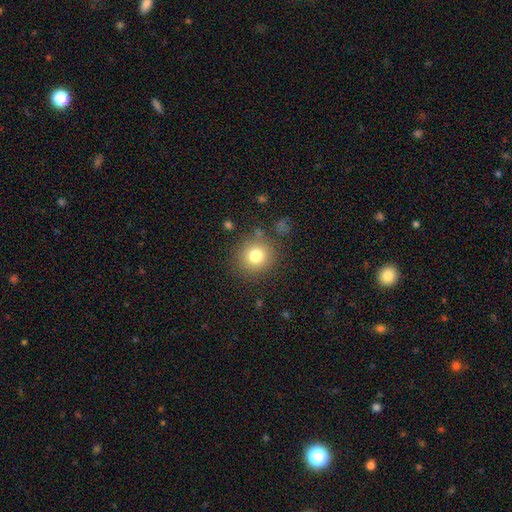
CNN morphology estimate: Smooth or featured?
  - smooth: 79% *
  - star or artifact: 12%
  - featured or disk: 9%
How rounded?
  - round: 91% *
  - in between: 8%
  - cigar-shaped: 1%
Merging?
  - none: 84% *
  - minor disturbance: 9%
  - major disturbance: 4%
  - merger: 3%